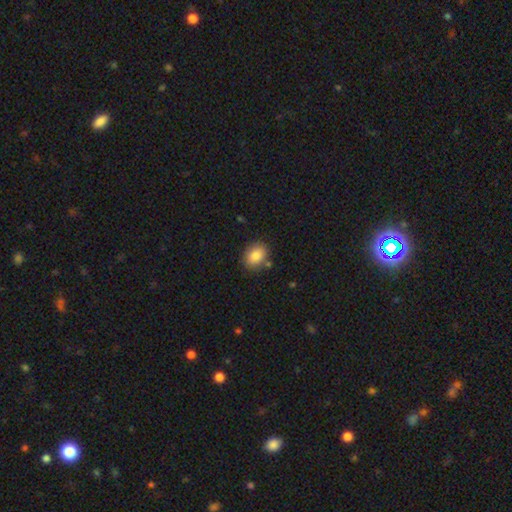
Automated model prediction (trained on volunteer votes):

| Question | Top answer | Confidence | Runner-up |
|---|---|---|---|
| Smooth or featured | smooth | 85% | star or artifact (8%) |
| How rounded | in between | 64% | round (35%) |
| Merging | none | 81% | minor disturbance (12%) |